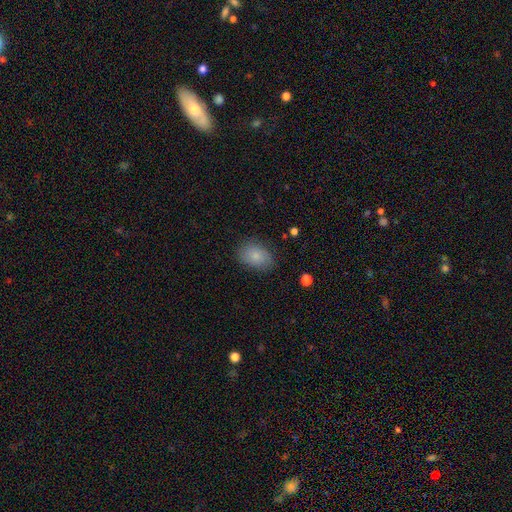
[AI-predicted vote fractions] Smooth or featured?
  - smooth: 80% *
  - featured or disk: 12%
  - star or artifact: 8%
How rounded?
  - in between: 80% *
  - round: 19%
  - cigar-shaped: 1%
Merging?
  - none: 77% *
  - minor disturbance: 17%
  - major disturbance: 4%
  - merger: 1%